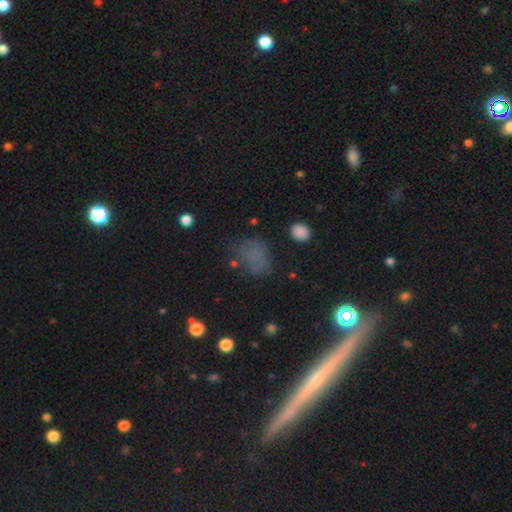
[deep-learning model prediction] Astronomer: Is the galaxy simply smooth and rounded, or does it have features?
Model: smooth — 61%.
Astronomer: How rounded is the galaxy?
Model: in between — 55% (runner-up: round, 42%).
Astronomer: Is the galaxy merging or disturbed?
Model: none — 55%.